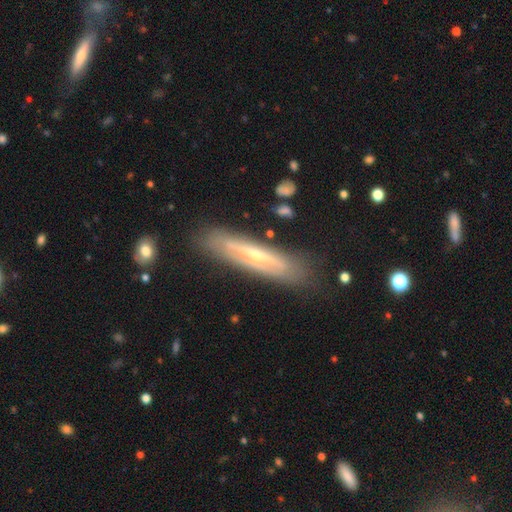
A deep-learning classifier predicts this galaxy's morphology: smooth-or-featured: featured or disk: 68% | smooth: 25% | star or artifact: 7%
  disk-edge-on: yes: 69% | no: 31%
  merging: none: 81% | minor disturbance: 13% | major disturbance: 4% | merger: 2%